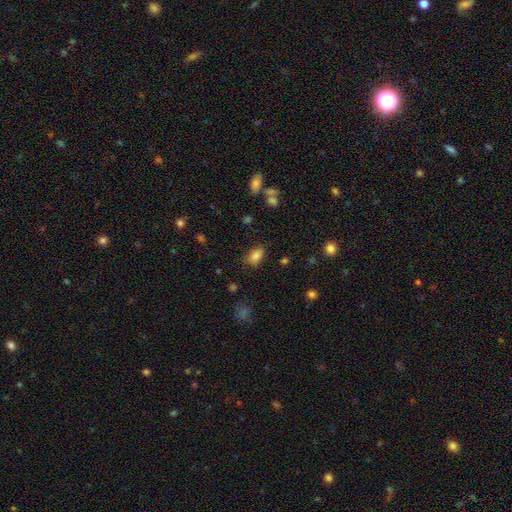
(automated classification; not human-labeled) Smooth or featured: smooth — 85% (star or artifact — 10%)
How rounded: in between — 86% (round — 12%)
Merging: none — 79% (minor disturbance — 15%)